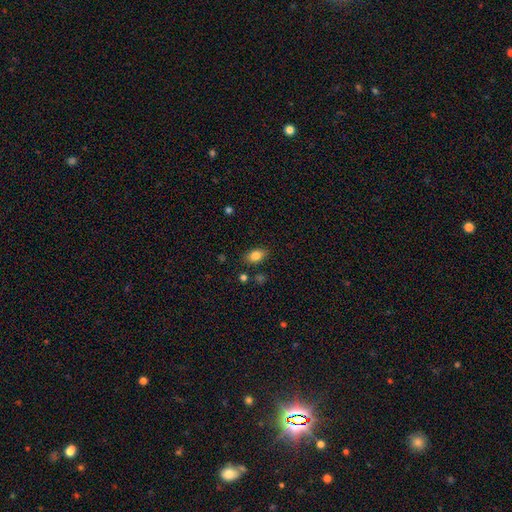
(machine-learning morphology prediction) smooth_or_featured: smooth (p=0.83) [alt: star or artifact p=0.09]
how_rounded: in between (p=0.84) [alt: round p=0.13]
merging: none (p=0.83) [alt: minor disturbance p=0.12]